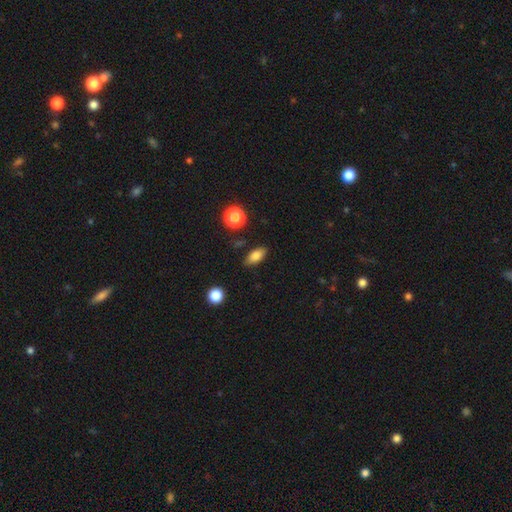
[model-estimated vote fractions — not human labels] A smooth galaxy with no disk features (80%) that is in between round and cigar-shaped (84%).

Vote fractions:
- Smooth or featured? smooth: 80% / featured or disk: 10% / star or artifact: 9%
- How rounded? in between: 84% / cigar-shaped: 9% / round: 7%
- Merging? none: 84% / minor disturbance: 11% / major disturbance: 3% / merger: 2%